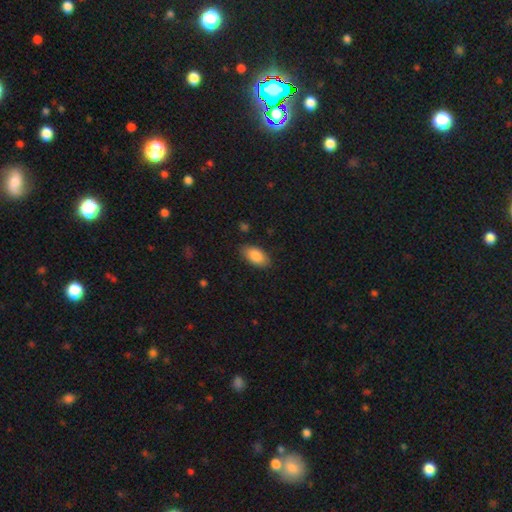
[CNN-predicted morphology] A smooth galaxy with no disk features (86%) that is in between round and cigar-shaped (93%).

Vote fractions:
- Smooth or featured? smooth: 86% / featured or disk: 7% / star or artifact: 7%
- How rounded? in between: 93% / cigar-shaped: 4% / round: 3%
- Merging? none: 85% / minor disturbance: 11% / major disturbance: 3% / merger: 1%